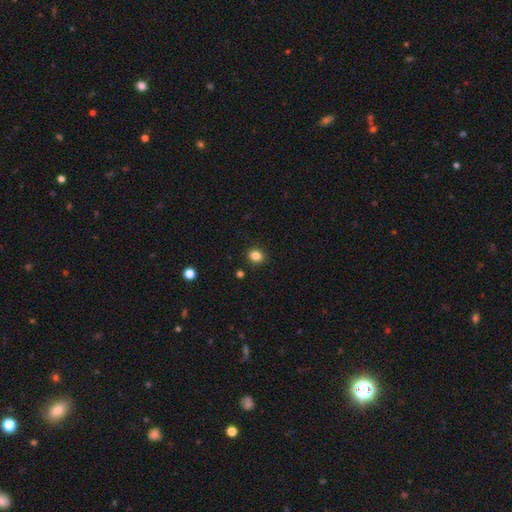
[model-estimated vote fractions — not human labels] Morphology: type=smooth (85%); roundness=round (70%); merging=none (89%).